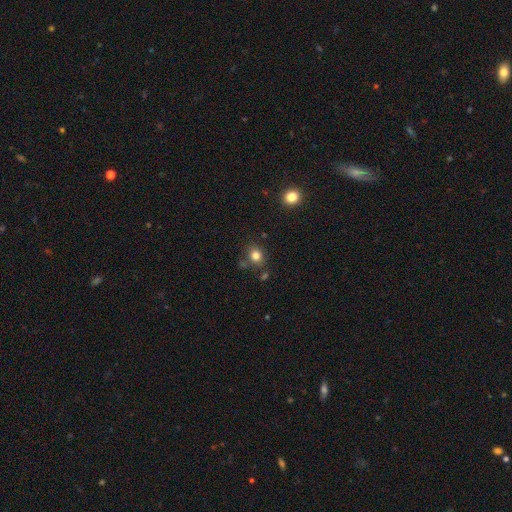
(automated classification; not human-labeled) This appears to be a smooth galaxy with no disk features (80%) that is round (68%). Merging: none (77%).